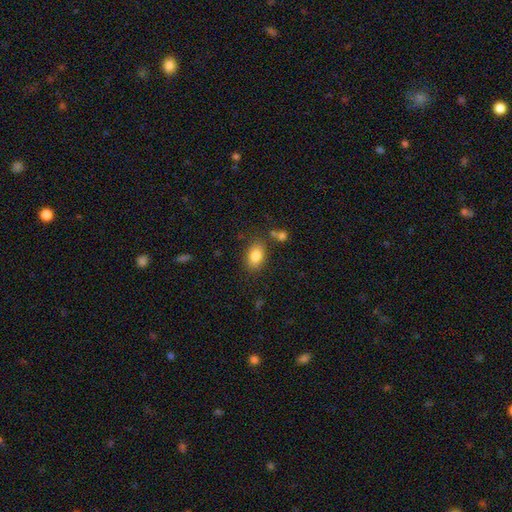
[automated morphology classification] Smooth or featured: smooth — 83% (star or artifact — 9%)
How rounded: in between — 85% (round — 13%)
Merging: none — 79% (minor disturbance — 12%)